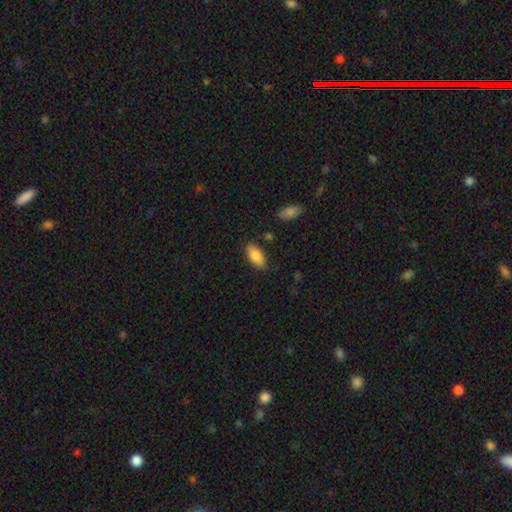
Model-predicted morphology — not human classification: Smooth or featured: smooth — 85% (featured or disk — 9%)
How rounded: in between — 90% (cigar-shaped — 7%)
Merging: none — 83% (minor disturbance — 12%)